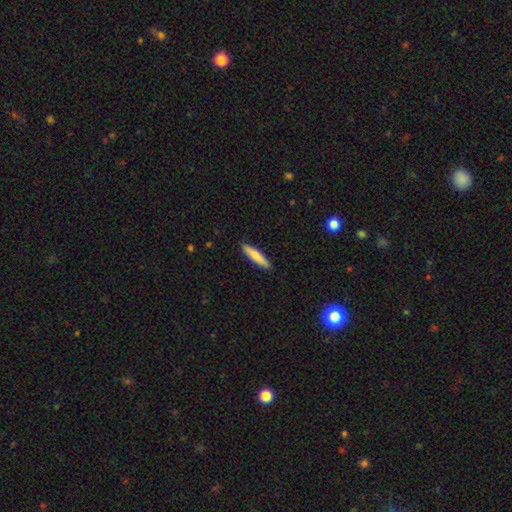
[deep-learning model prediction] Overall: smooth (74%). How rounded: cigar-shaped (86%). Merging: none (91%).